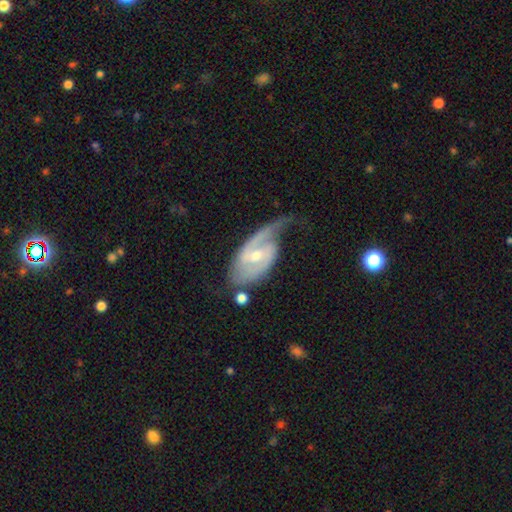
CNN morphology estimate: type=featured or disk (86%); edge-on=no (95%); bar=weak (51%); spiral arms=yes (95%); winding=medium (45%); arm count=2 (66%); bulge=moderate (49%); merging=none (46%).